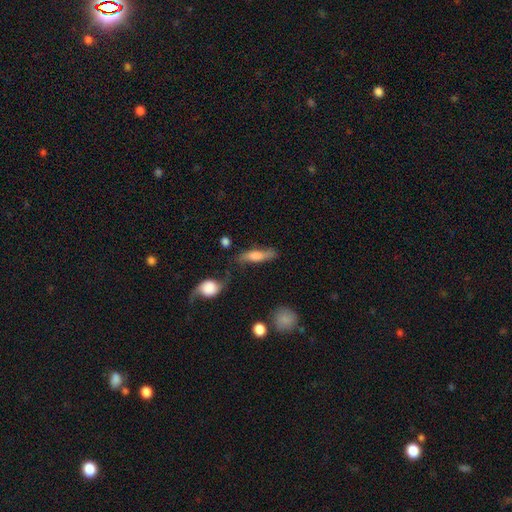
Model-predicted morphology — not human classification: Q: Smooth or featured?
A: smooth (51%); runner-up: featured or disk (41%)
Q: How rounded?
A: cigar-shaped (61%); runner-up: in between (34%)
Q: Merging?
A: none (61%); runner-up: minor disturbance (22%)